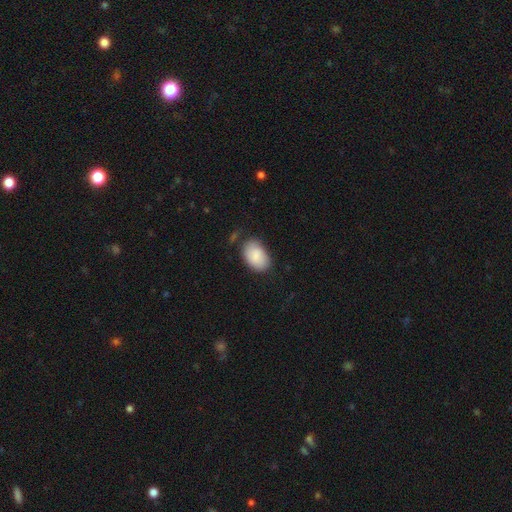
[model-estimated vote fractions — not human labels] The model was most divided on "merging": none: 68%, minor disturbance: 23%, major disturbance: 6%, merger: 3%. More confident: how rounded — in between (89%); smooth or featured — smooth (86%).